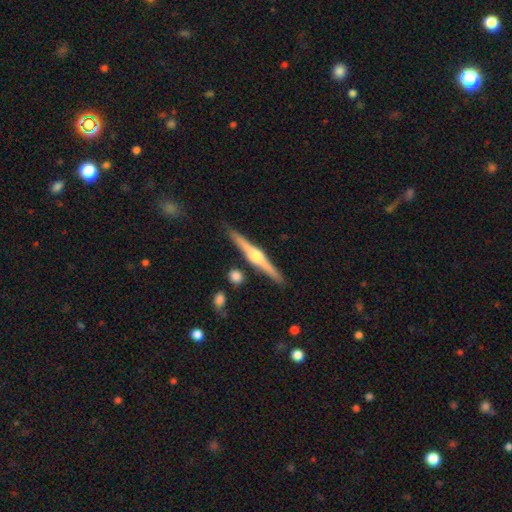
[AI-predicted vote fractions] Smooth or featured: featured or disk — 79% (smooth — 15%)
Edge-on disk: yes — 98% (no — 2%)
Edge-on bulge: rounded — 92% (boxy — 5%)
Merging: none — 88% (minor disturbance — 7%)